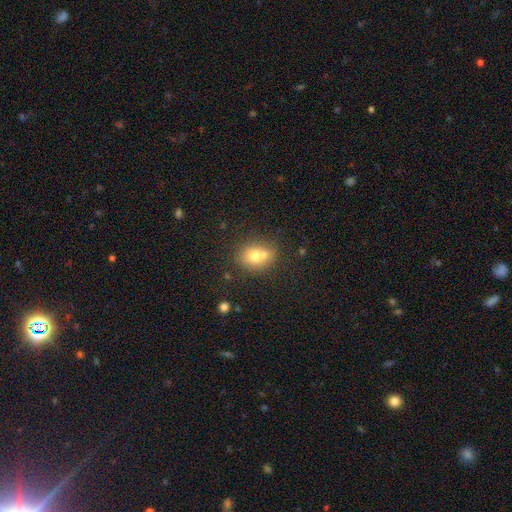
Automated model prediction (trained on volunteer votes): This is likely a smooth galaxy (70%). How rounded: possibly round (60%). Merging: possibly none (48%).